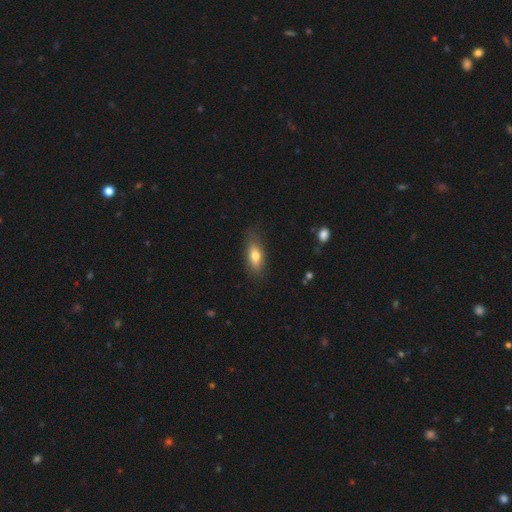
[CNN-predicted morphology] Smooth or featured?
  - smooth: 72% *
  - featured or disk: 21%
  - star or artifact: 7%
How rounded?
  - in between: 73% *
  - cigar-shaped: 23%
  - round: 4%
Merging?
  - none: 76% *
  - minor disturbance: 18%
  - major disturbance: 5%
  - merger: 1%